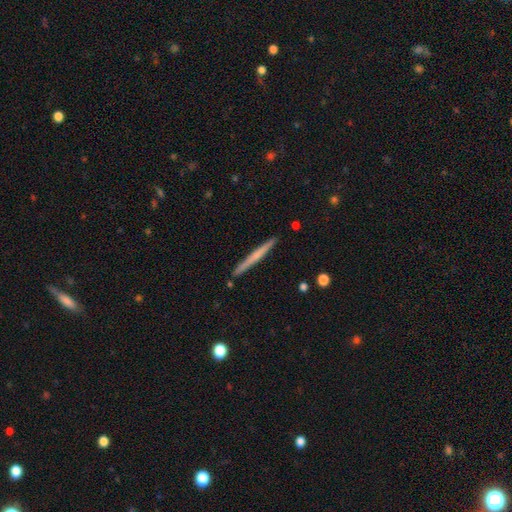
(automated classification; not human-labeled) This appears to be a smooth galaxy with no disk features (51%) that is cigar-shaped (97%). Merging: none (91%).